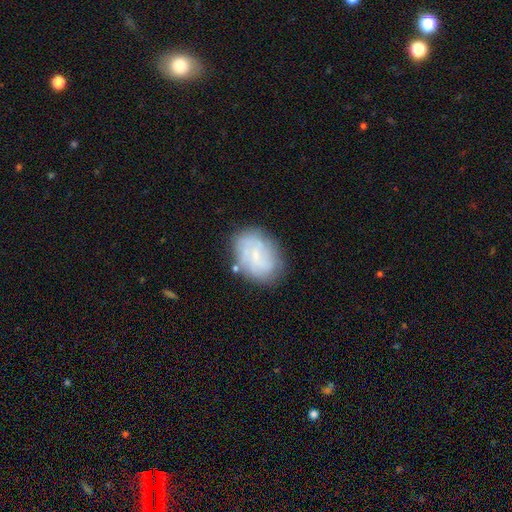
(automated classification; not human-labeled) Smooth or featured? featured or disk (57%)
Edge-on disk? no (97%)
Bar? no (56%)
Spiral arms? yes (76%)
Bulge size? small (72%)
Merging? none (73%)